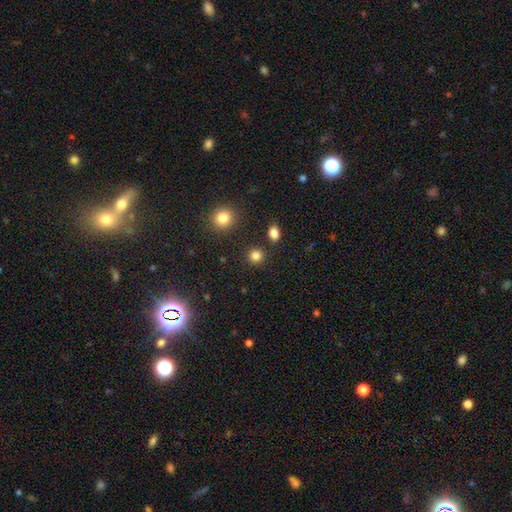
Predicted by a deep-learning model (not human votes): Morphology: type=smooth (84%); roundness=round (88%); merging=none (87%).